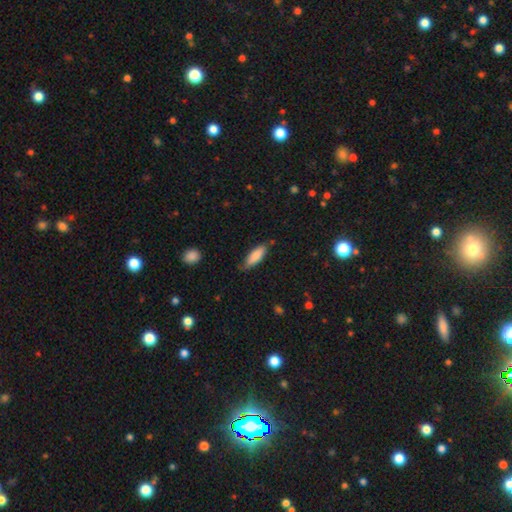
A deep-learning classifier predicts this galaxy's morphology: Overall: smooth (84%). How rounded: in between (57%; cigar-shaped 41%). Merging: none (68%).